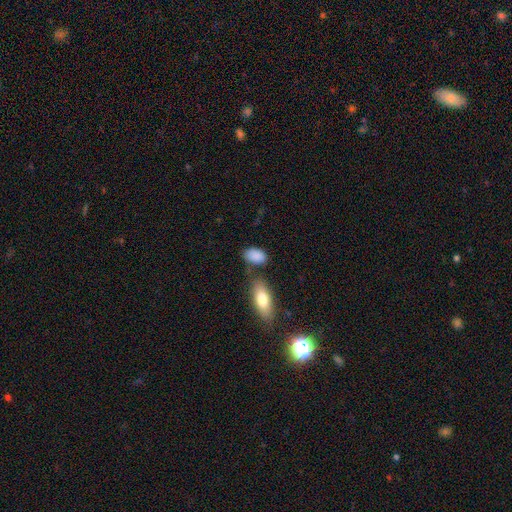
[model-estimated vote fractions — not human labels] Smooth or featured? Predicted: smooth (p=0.88). How rounded? Predicted: in between (p=0.90). Merging? Predicted: none (p=0.64).